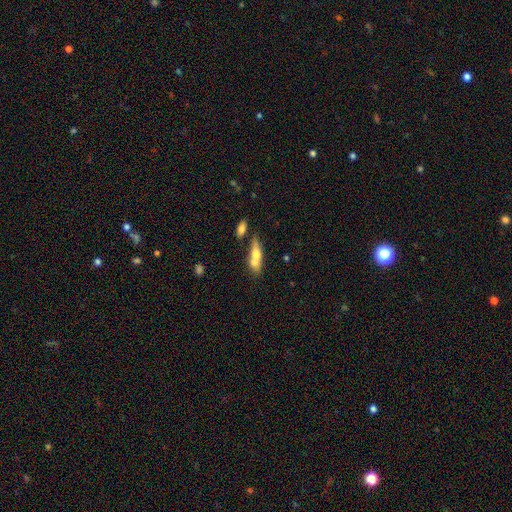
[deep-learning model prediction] Overall: smooth (61%; featured or disk 31%). How rounded: in between (53%; cigar-shaped 41%). Merging: merger (45%; none 36%).